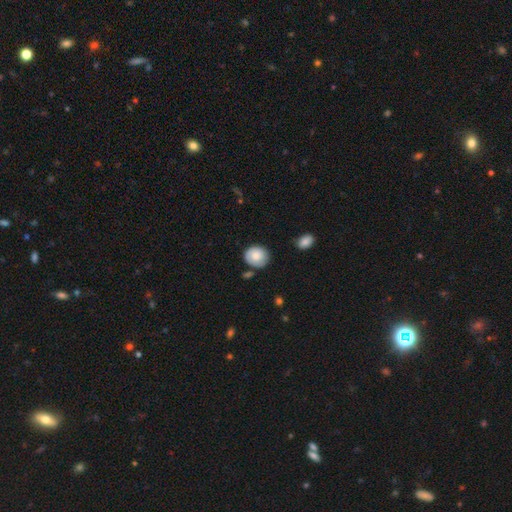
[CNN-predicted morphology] Smooth or featured?
  - smooth: 77% *
  - featured or disk: 16%
  - star or artifact: 7%
How rounded?
  - round: 74% *
  - in between: 26%
  - cigar-shaped: 1%
Merging?
  - none: 73% *
  - minor disturbance: 19%
  - major disturbance: 4%
  - merger: 4%